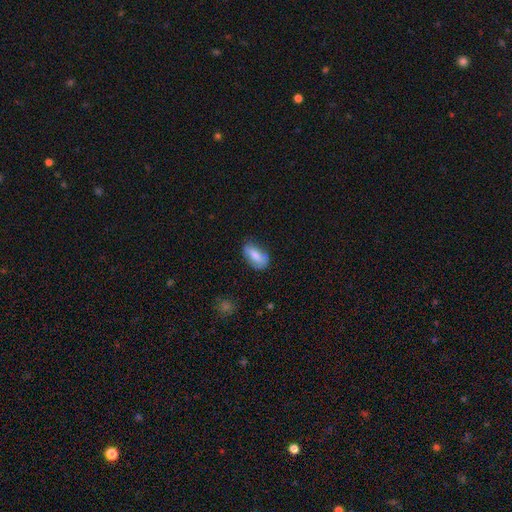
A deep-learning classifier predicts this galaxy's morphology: smooth_or_featured: smooth (p=0.75) [alt: featured or disk p=0.18]
how_rounded: in between (p=0.86) [alt: cigar-shaped p=0.11]
merging: none (p=0.69) [alt: minor disturbance p=0.24]